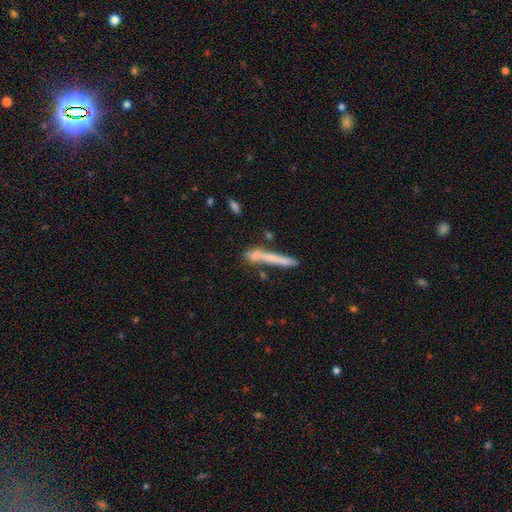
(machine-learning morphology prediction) A smooth galaxy with no disk features (66%) that is cigar-shaped (92%). Merging: none (65%).